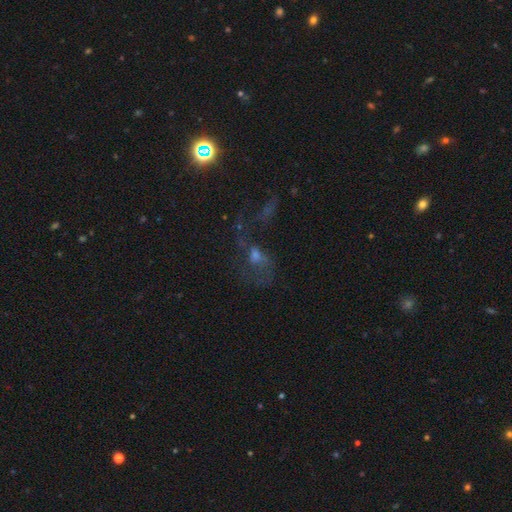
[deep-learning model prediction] The model was most divided on "merging": major disturbance: 45%, none: 28%, merger: 15%, minor disturbance: 12%. Remaining: smooth or featured — featured or disk (47%).